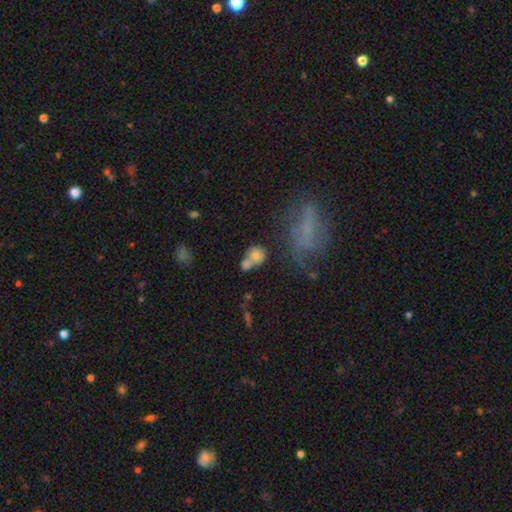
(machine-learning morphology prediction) smooth_or_featured: smooth (p=0.70) [alt: featured or disk p=0.17]
how_rounded: round (p=0.73) [alt: in between p=0.25]
merging: merger (p=0.46) [alt: none p=0.37]